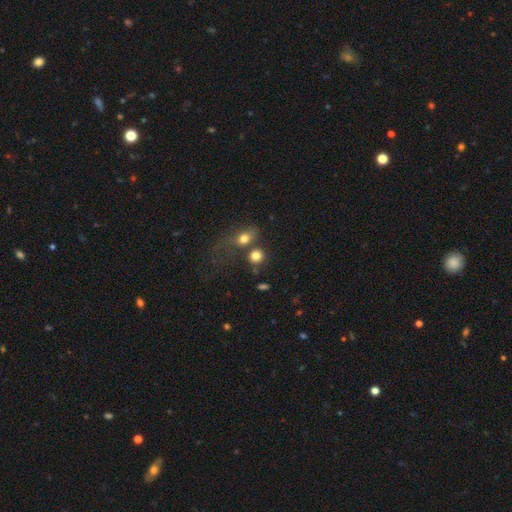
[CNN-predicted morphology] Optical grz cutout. It shows a smooth galaxy with no disk features (80%) that is round (77%). Merging: none (50%).